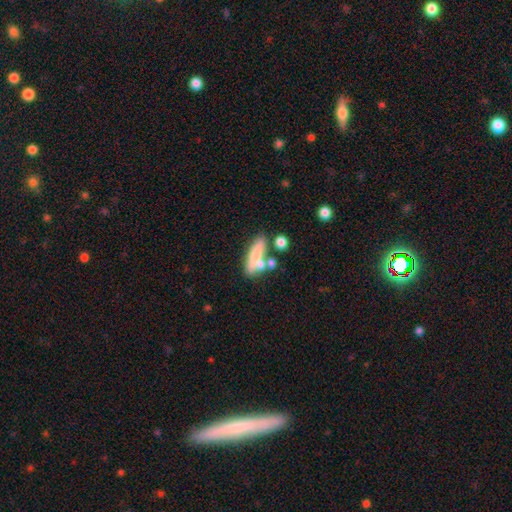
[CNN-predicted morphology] The model was most divided on "how rounded": in between: 48%, cigar-shaped: 45%, round: 7%. Remaining: smooth or featured — smooth (67%); merging — none (48%).